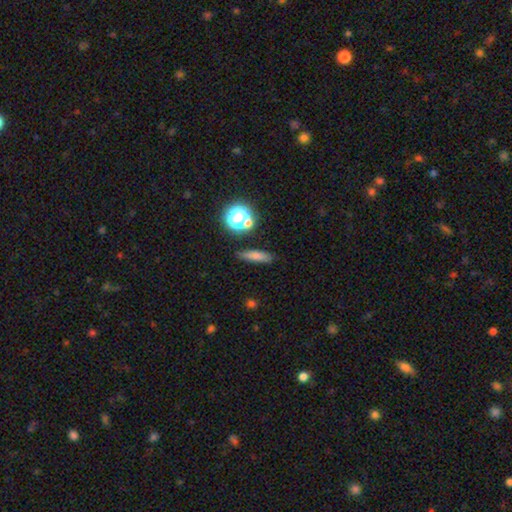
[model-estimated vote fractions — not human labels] A smooth galaxy with no disk features (71%) that is cigar-shaped (63%). Merging: none (81%).